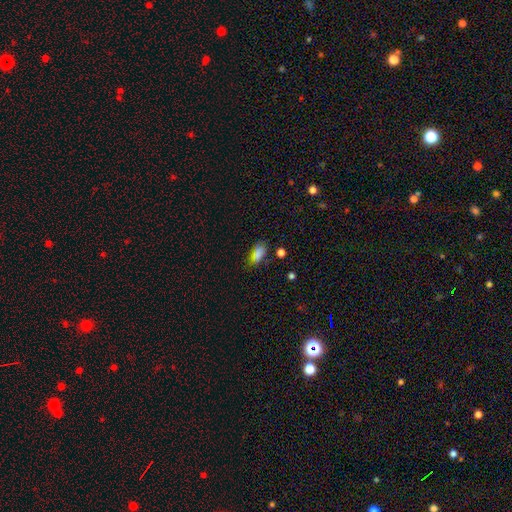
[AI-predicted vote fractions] A smooth galaxy with no disk features (73%) that is in between round and cigar-shaped (87%). Merging: none (74%).